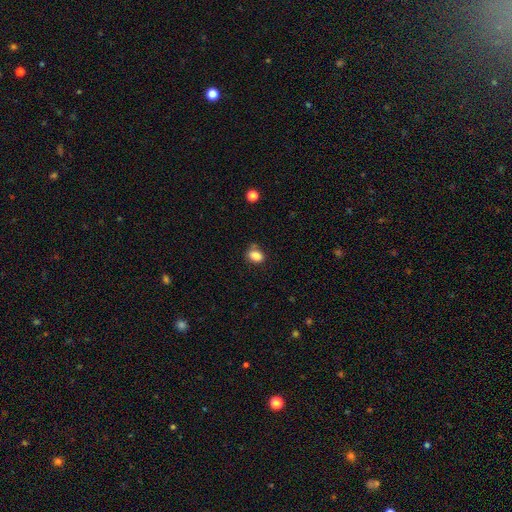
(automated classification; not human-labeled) Smooth or featured? Predicted: smooth (p=0.85). How rounded? Predicted: in between (p=0.72). Merging? Predicted: none (p=0.72).